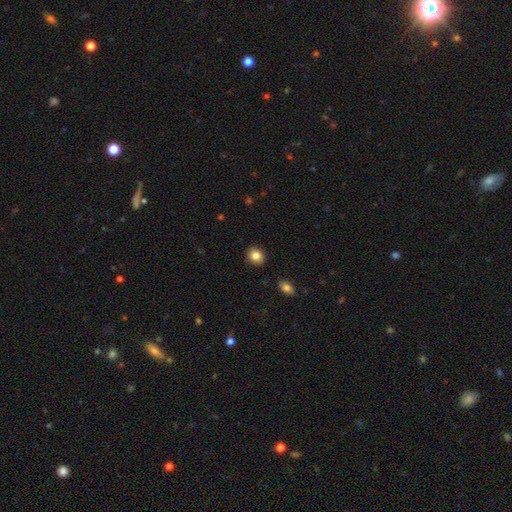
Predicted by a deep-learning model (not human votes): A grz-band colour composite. It shows a smooth galaxy with no disk features (84%) that is round (58%). Merging: none (89%).